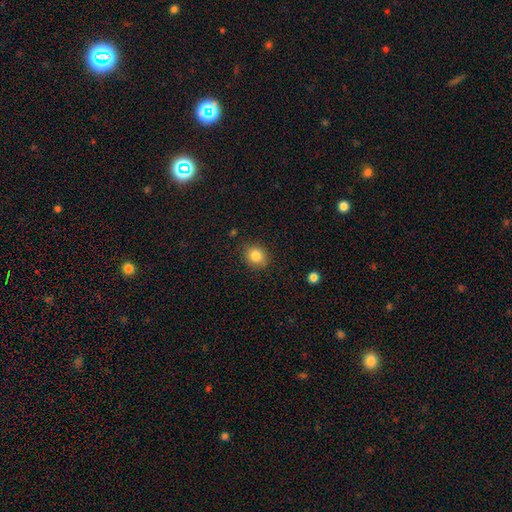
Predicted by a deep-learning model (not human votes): Q: Smooth or featured?
A: smooth (83%); runner-up: star or artifact (10%)
Q: How rounded?
A: round (72%); runner-up: in between (27%)
Q: Merging?
A: none (86%); runner-up: minor disturbance (11%)